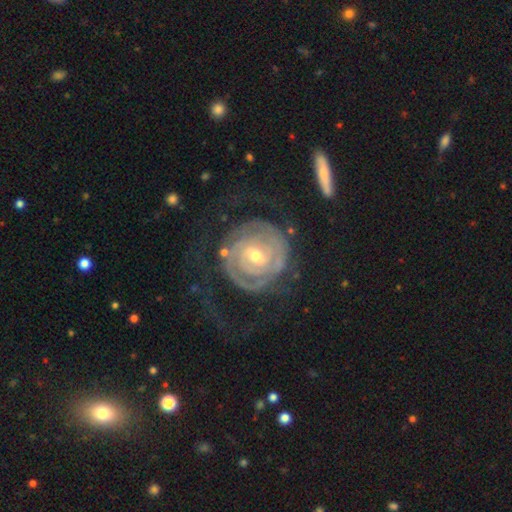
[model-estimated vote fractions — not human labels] Smooth or featured?
  - featured or disk: 88% *
  - smooth: 7%
  - star or artifact: 5%
Edge-on disk?
  - no: 97% *
  - yes: 3%
Bar?
  - weak: 42% *
  - no: 39%
  - strong: 20%
Spiral arms?
  - yes: 95% *
  - no: 5%
Spiral winding?
  - tight: 79% *
  - medium: 15%
  - loose: 6%
Spiral arm count?
  - 2: 45% *
  - can't tell: 25%
  - 3: 12%
  - 1: 7%
  - 4: 6%
  - more than 4: 5%
Bulge size?
  - moderate: 52% *
  - small: 44%
  - large: 3%
  - none: 1%
  - dominant: 1%
Merging?
  - none: 64% *
  - major disturbance: 19%
  - minor disturbance: 15%
  - merger: 2%